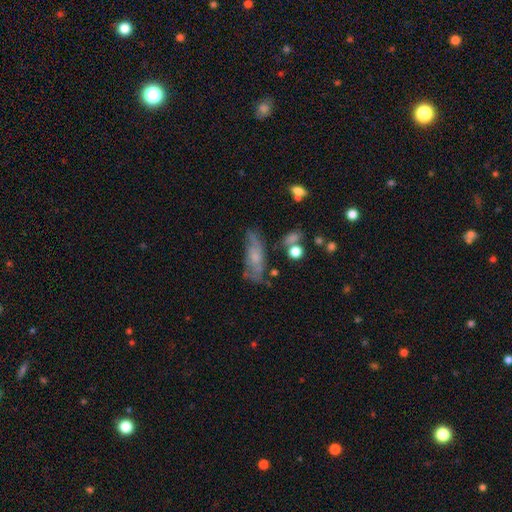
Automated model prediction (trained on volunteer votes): Smooth or featured?
  - featured or disk: 52% *
  - smooth: 37%
  - star or artifact: 11%
Edge-on disk?
  - no: 78% *
  - yes: 22%
Merging?
  - none: 49% *
  - minor disturbance: 27%
  - major disturbance: 18%
  - merger: 6%